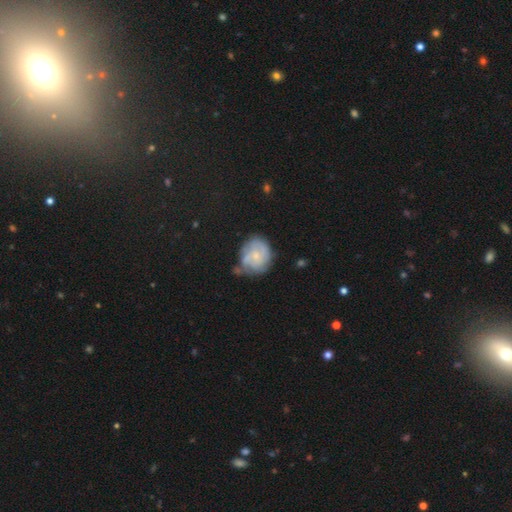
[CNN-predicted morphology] Smooth or featured: featured or disk — 59% (smooth — 33%)
Edge-on disk: no — 98% (yes — 2%)
Bar: no — 75% (weak — 22%)
Spiral arms: yes — 77% (no — 23%)
Bulge size: small — 67% (moderate — 23%)
Merging: none — 52% (minor disturbance — 28%)